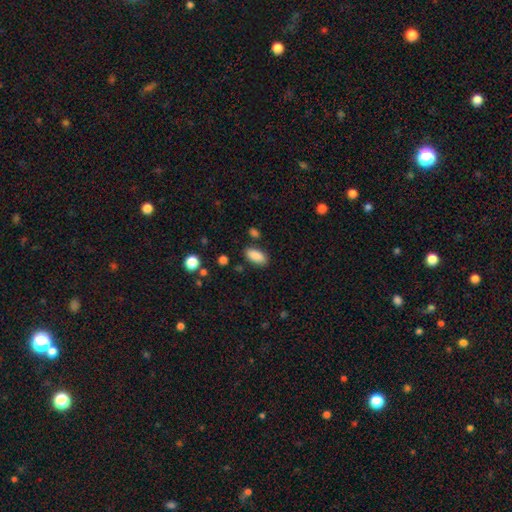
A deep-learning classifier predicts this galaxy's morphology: This is clearly a smooth galaxy (88%). How rounded: clearly in between (89%). Merging: clearly none (84%).